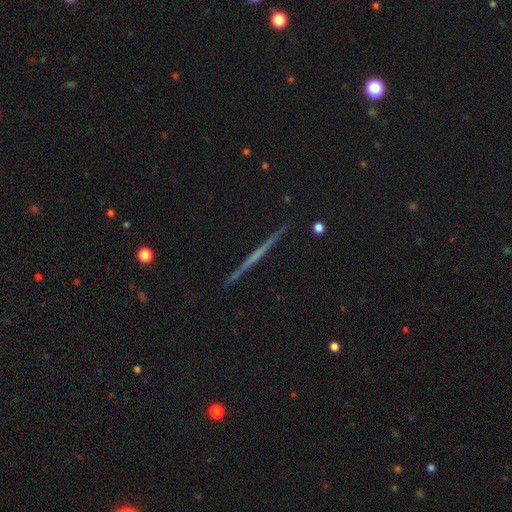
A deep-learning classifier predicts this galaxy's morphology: Overall: featured or disk (72%). Edge-on disk: yes (98%). Edge-on bulge: none (78%). Merging: none (93%).